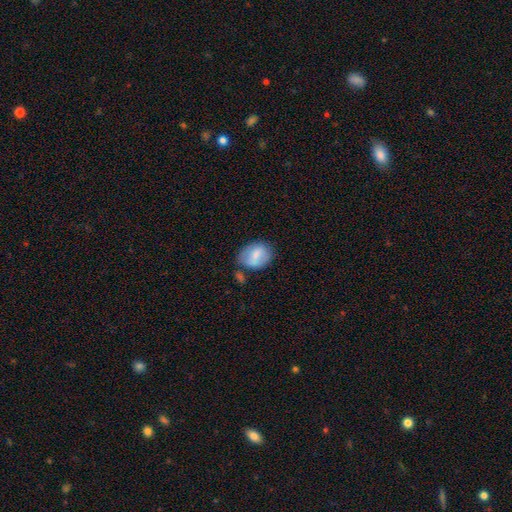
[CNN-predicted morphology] Q: Smooth or featured?
A: smooth (71%); runner-up: featured or disk (22%)
Q: How rounded?
A: in between (63%); runner-up: round (36%)
Q: Merging?
A: none (56%); runner-up: minor disturbance (25%)